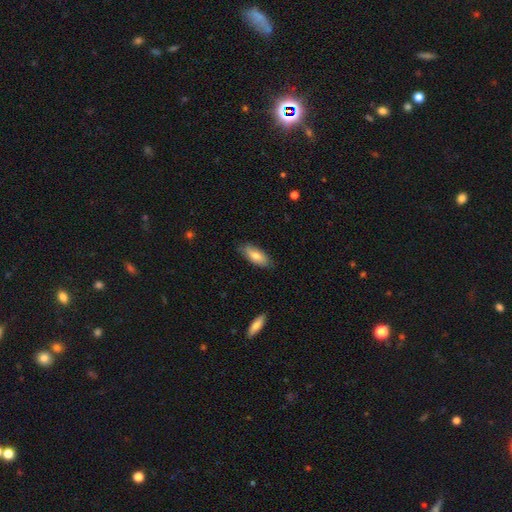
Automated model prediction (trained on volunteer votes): Overall: smooth (74%). How rounded: in between (80%). Merging: none (81%).